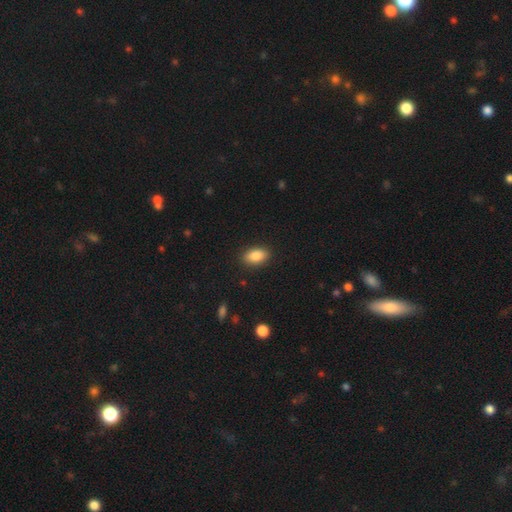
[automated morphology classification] A smooth galaxy with no disk features (86%) that is in between round and cigar-shaped (90%).

Vote fractions:
- Smooth or featured? smooth: 86% / star or artifact: 7% / featured or disk: 6%
- How rounded? in between: 90% / round: 7% / cigar-shaped: 3%
- Merging? none: 89% / minor disturbance: 8% / major disturbance: 2% / merger: 1%